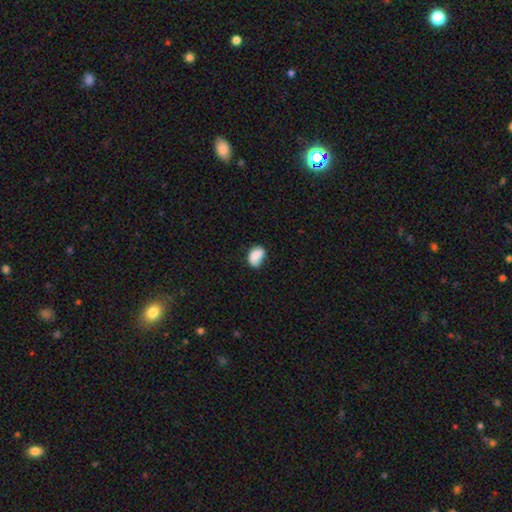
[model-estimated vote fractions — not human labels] Q: Smooth or featured?
A: smooth (83%); runner-up: featured or disk (9%)
Q: How rounded?
A: in between (83%); runner-up: round (16%)
Q: Merging?
A: none (56%); runner-up: minor disturbance (31%)